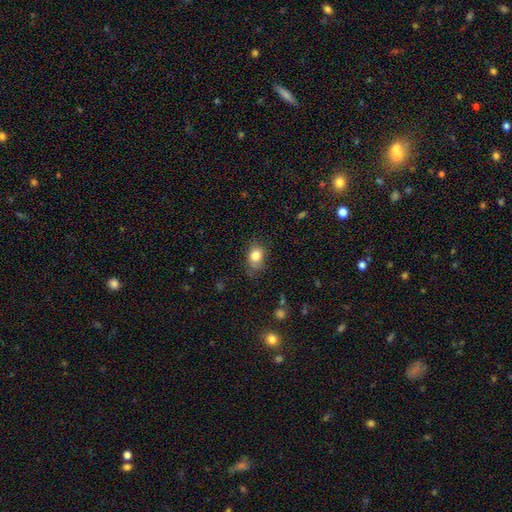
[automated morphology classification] Smooth or featured?
  - smooth: 82% *
  - star or artifact: 10%
  - featured or disk: 8%
How rounded?
  - in between: 62% *
  - round: 36%
  - cigar-shaped: 1%
Merging?
  - none: 69% *
  - minor disturbance: 23%
  - major disturbance: 6%
  - merger: 2%